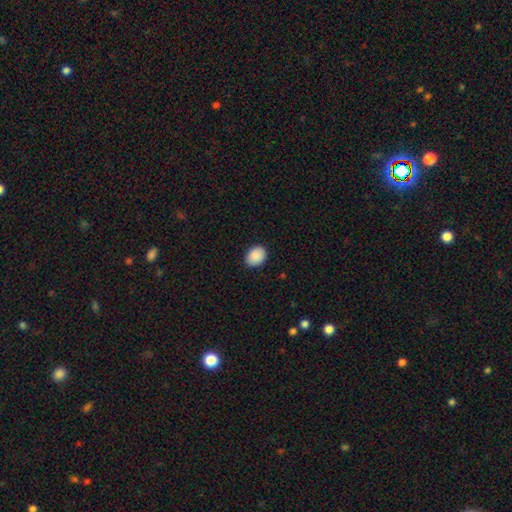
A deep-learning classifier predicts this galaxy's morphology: This is clearly a smooth galaxy (90%). How rounded: possibly in between (59%). Merging: clearly none (89%).